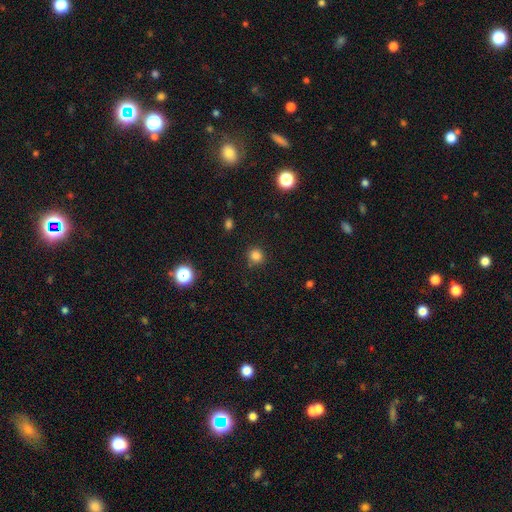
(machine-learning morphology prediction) Smooth or featured? Predicted: smooth (p=0.82). How rounded? Predicted: round (p=0.91). Merging? Predicted: none (p=0.85).